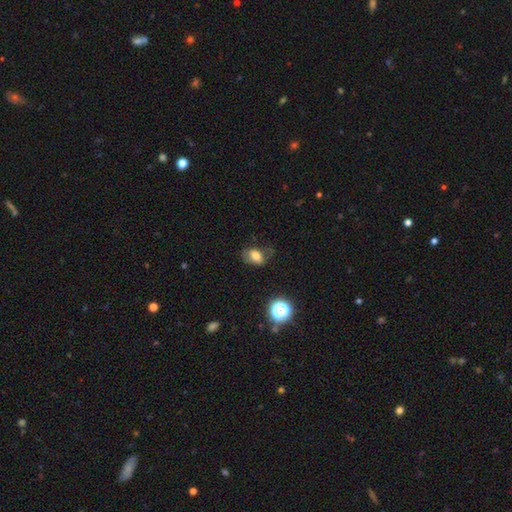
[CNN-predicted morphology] This appears to be a smooth galaxy with no disk features (70%) that is in between round and cigar-shaped (77%). Merging: none (58%).